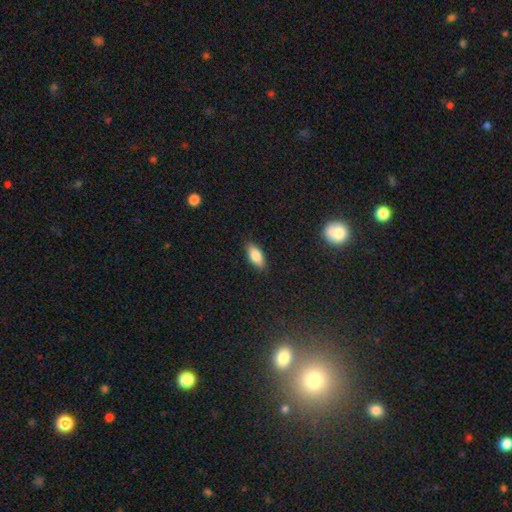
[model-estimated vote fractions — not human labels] Overall: smooth (84%). How rounded: in between (86%). Merging: none (86%).